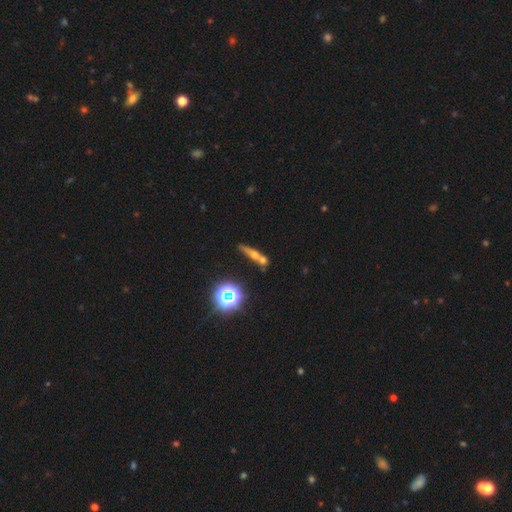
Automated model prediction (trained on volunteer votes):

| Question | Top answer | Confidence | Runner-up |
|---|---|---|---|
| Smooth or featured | smooth | 40% | featured or disk (39%) |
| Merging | none | 49% | merger (34%) |